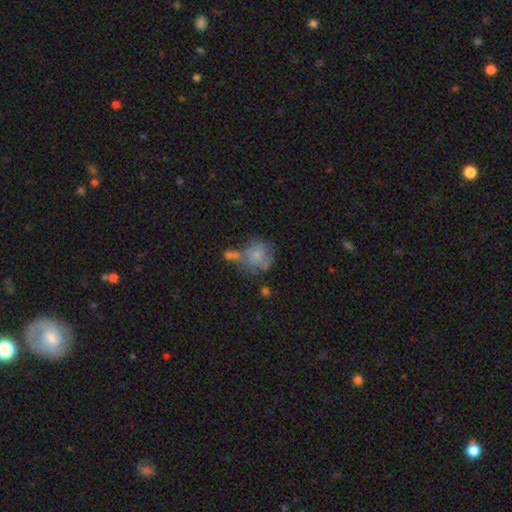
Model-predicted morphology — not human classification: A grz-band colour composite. It shows a smooth galaxy with no disk features (56%) that is round (72%). Merging: none (37%).